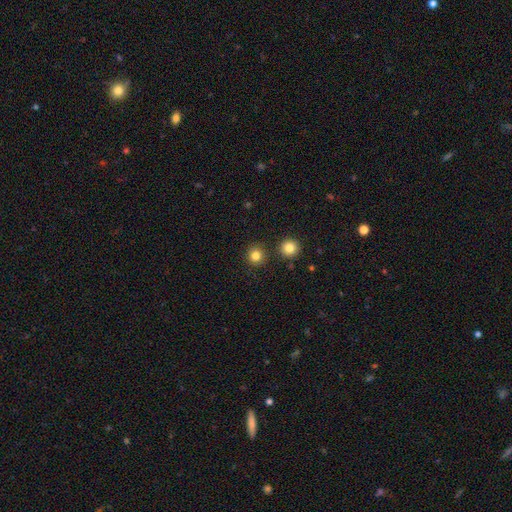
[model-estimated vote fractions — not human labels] Smooth or featured: smooth — 82% (star or artifact — 13%)
How rounded: round — 93% (in between — 6%)
Merging: none — 88% (minor disturbance — 6%)